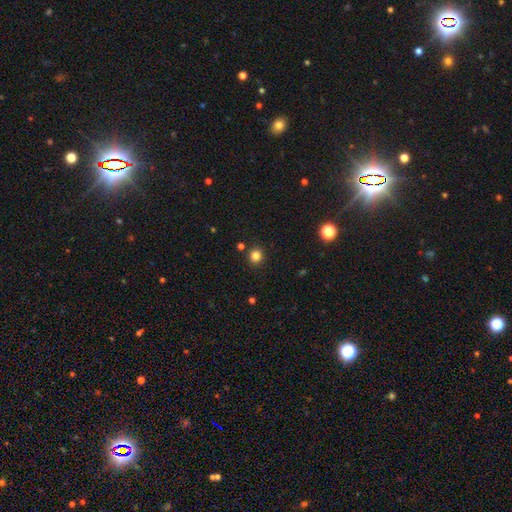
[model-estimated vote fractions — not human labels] Smooth or featured?
  - smooth: 82% *
  - star or artifact: 14%
  - featured or disk: 4%
How rounded?
  - round: 90% *
  - in between: 10%
  - cigar-shaped: 1%
Merging?
  - none: 89% *
  - minor disturbance: 6%
  - merger: 3%
  - major disturbance: 2%